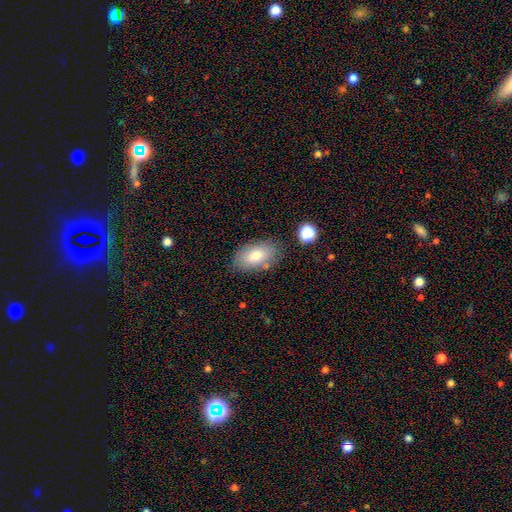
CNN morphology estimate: A smooth galaxy with no disk features (80%) that is in between round and cigar-shaped (93%). Merging: none (77%).